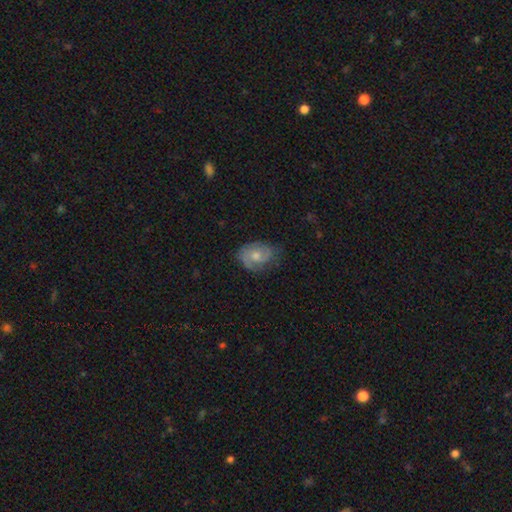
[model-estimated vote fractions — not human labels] Q: Smooth or featured?
A: featured or disk (58%); runner-up: smooth (35%)
Q: Edge-on disk?
A: no (97%); runner-up: yes (3%)
Q: Bar?
A: no (74%); runner-up: weak (23%)
Q: Spiral arms?
A: yes (84%); runner-up: no (16%)
Q: Bulge size?
A: moderate (59%); runner-up: small (32%)
Q: Merging?
A: none (62%); runner-up: minor disturbance (27%)